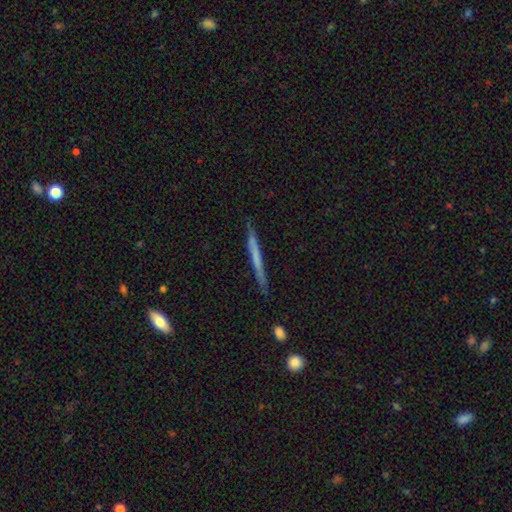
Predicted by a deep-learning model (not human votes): smooth 47%, featured or disk 46%, star or artifact 6%. Down the decision tree: merging — none (87%).